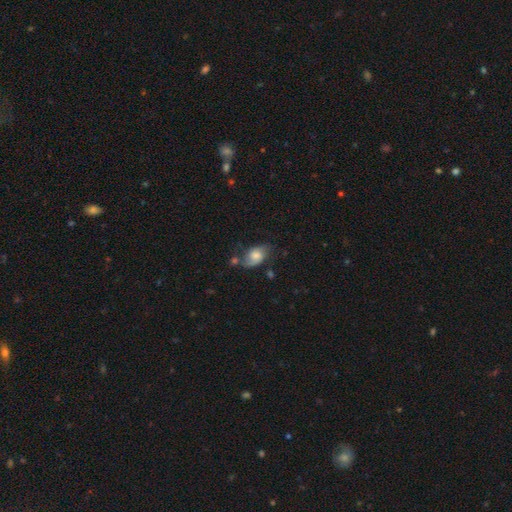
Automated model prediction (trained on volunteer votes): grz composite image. It shows a smooth galaxy with no disk features (56%) that is in between round and cigar-shaped (83%). Merging: none (49%).